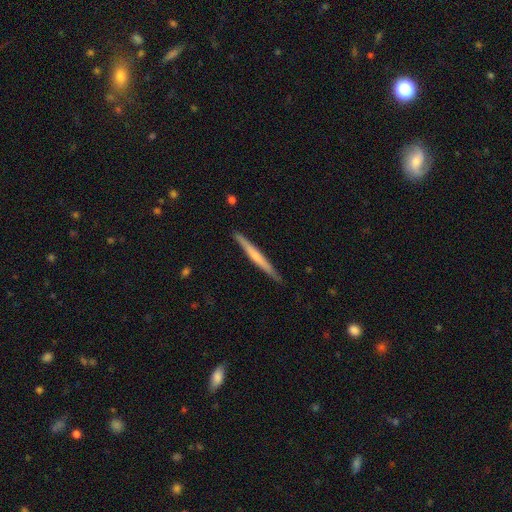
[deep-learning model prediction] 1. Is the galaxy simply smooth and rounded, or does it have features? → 50% featured or disk, 44% smooth, 5% star or artifact.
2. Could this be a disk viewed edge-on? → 97% yes, 3% no.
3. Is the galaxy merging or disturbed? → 90% none, 8% minor disturbance, 1% major disturbance, 1% merger.